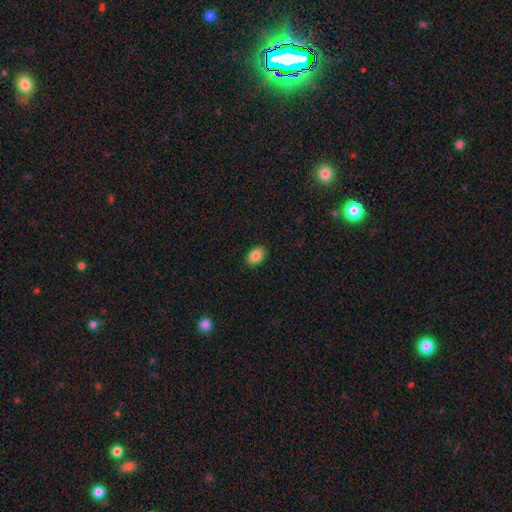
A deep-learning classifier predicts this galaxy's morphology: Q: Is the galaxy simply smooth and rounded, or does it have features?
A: smooth — 85%.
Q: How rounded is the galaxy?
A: in between — 85%.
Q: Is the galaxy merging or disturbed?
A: none — 89%.